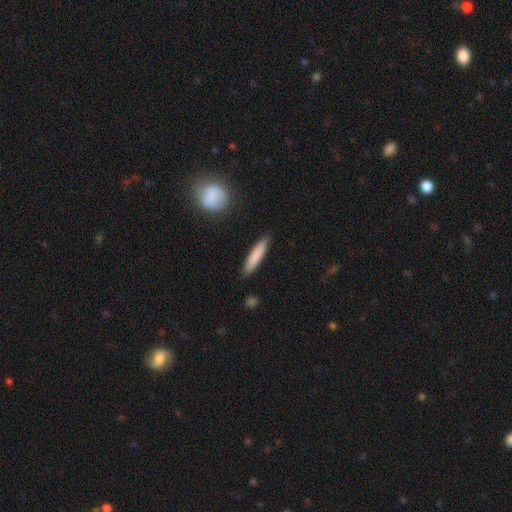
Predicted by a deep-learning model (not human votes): Smooth or featured? Predicted: smooth (p=0.81). How rounded? Predicted: cigar-shaped (p=0.87). Merging? Predicted: none (p=0.87).